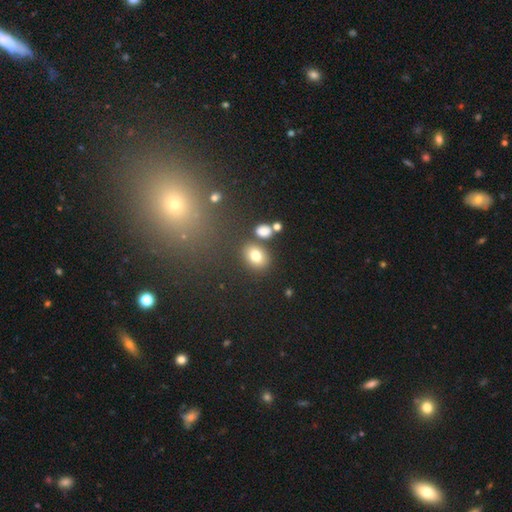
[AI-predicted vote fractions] A smooth galaxy with no disk features (78%) that is in between round and cigar-shaped (56%).

Vote fractions:
- Smooth or featured? smooth: 78% / star or artifact: 12% / featured or disk: 10%
- How rounded? in between: 56% / round: 43% / cigar-shaped: 1%
- Merging? none: 76% / minor disturbance: 11% / merger: 10% / major disturbance: 4%